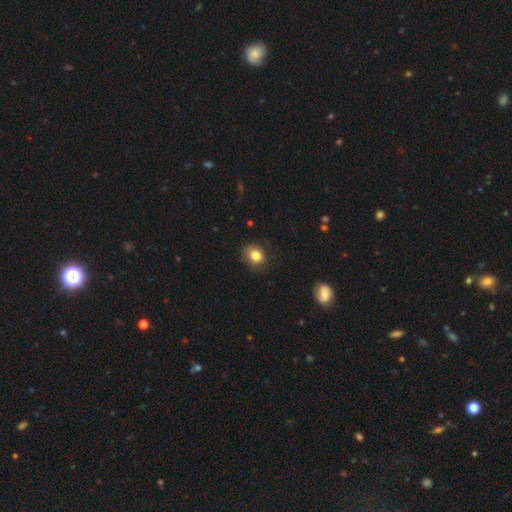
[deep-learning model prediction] This appears to be a smooth galaxy with no disk features (82%) that is round (57%). Merging: none (77%).